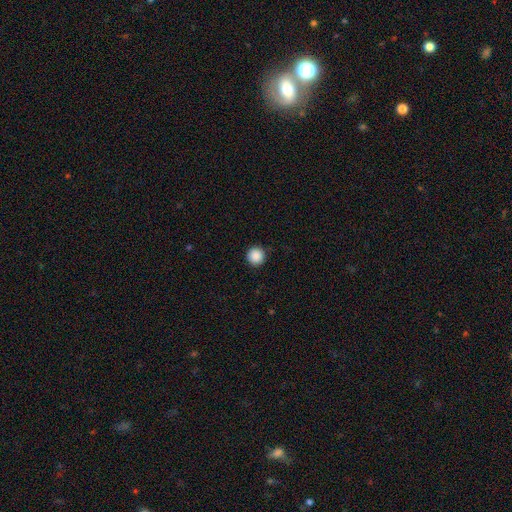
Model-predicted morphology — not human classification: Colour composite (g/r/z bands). It shows a smooth galaxy with no disk features (89%) that is round (96%). Merging: none (92%).